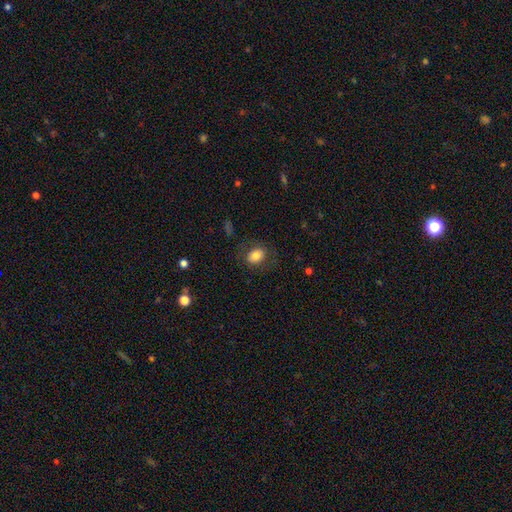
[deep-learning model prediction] Smooth or featured? Predicted: smooth (p=0.77). How rounded? Predicted: in between (p=0.68). Merging? Predicted: none (p=0.75).